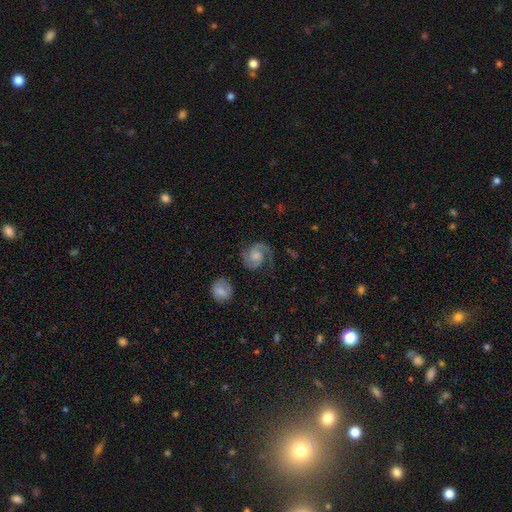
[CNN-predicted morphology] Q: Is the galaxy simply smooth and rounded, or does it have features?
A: featured or disk — 86%.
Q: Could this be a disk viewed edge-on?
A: no — 98%.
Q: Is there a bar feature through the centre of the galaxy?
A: no — 65%.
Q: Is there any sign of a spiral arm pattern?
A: yes — 98%.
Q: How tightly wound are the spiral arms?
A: medium — 51%.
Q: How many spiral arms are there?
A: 2 — 86%.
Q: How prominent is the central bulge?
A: moderate — 45%.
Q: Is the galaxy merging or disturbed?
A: none — 69%.